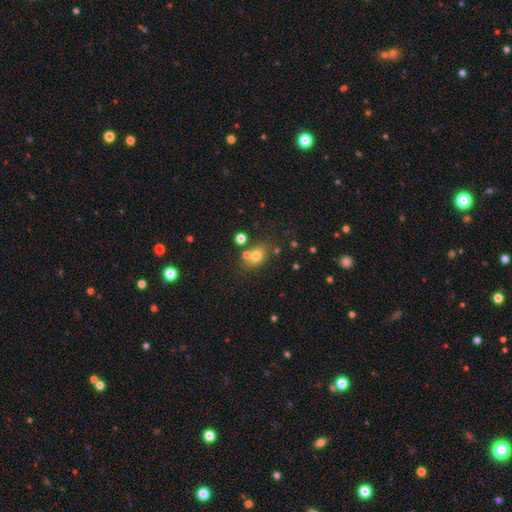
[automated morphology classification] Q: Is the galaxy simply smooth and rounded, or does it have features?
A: smooth — 72%.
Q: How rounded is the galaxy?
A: in between — 57%.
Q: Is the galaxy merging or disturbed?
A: none — 63%.